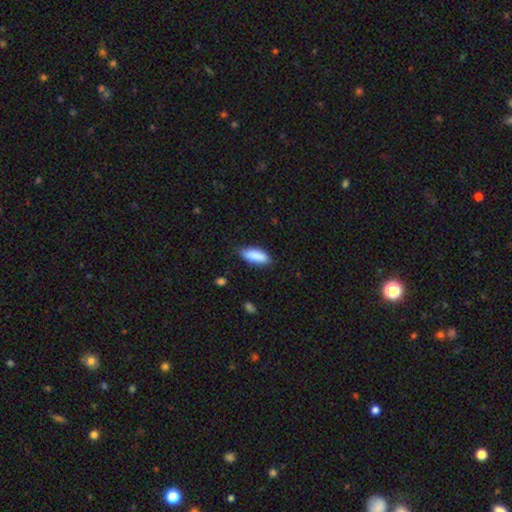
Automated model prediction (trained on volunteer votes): This appears to be a smooth galaxy with no disk features (88%) that is in between round and cigar-shaped (76%). Merging: none (82%).